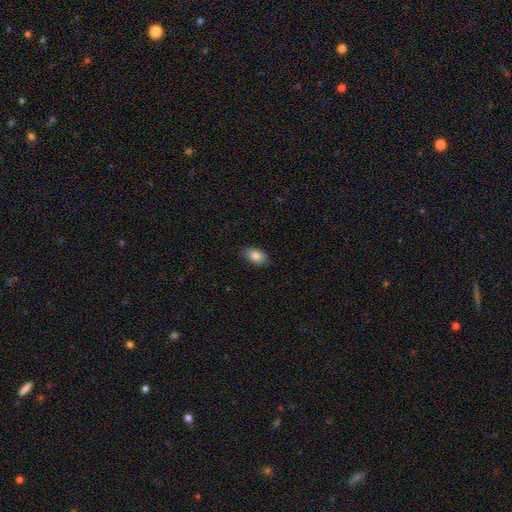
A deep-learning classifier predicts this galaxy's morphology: A smooth galaxy with no disk features (84%) that is in between round and cigar-shaped (92%). Merging: none (87%).